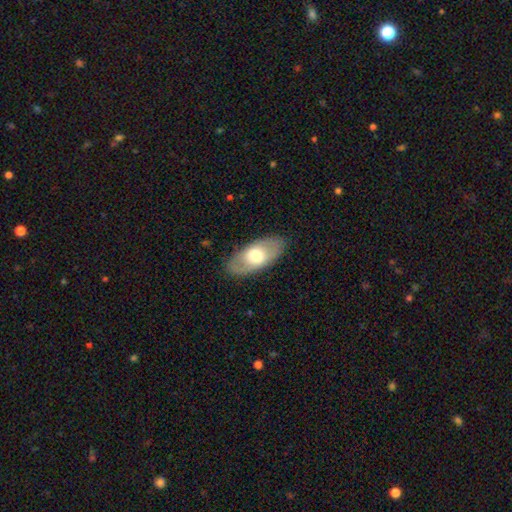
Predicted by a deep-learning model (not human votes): Smooth or featured?
  - smooth: 58% *
  - featured or disk: 37%
  - star or artifact: 6%
How rounded?
  - in between: 90% *
  - cigar-shaped: 6%
  - round: 4%
Merging?
  - none: 85% *
  - minor disturbance: 11%
  - major disturbance: 3%
  - merger: 1%